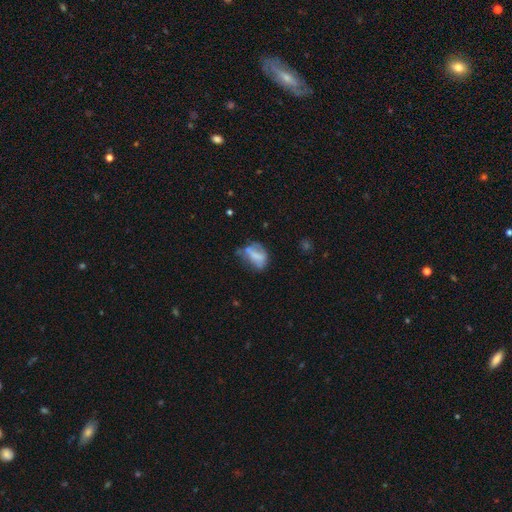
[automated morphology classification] Smooth or featured? smooth (56%)
How rounded? in between (77%)
Merging? none (35%)